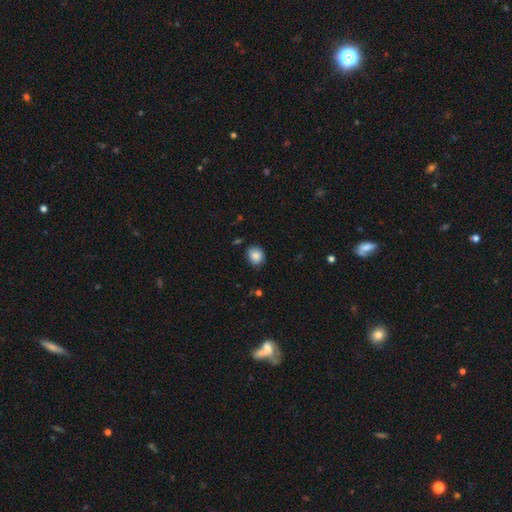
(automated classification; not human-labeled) Morphology: type=smooth (85%); roundness=round (70%); merging=none (83%).